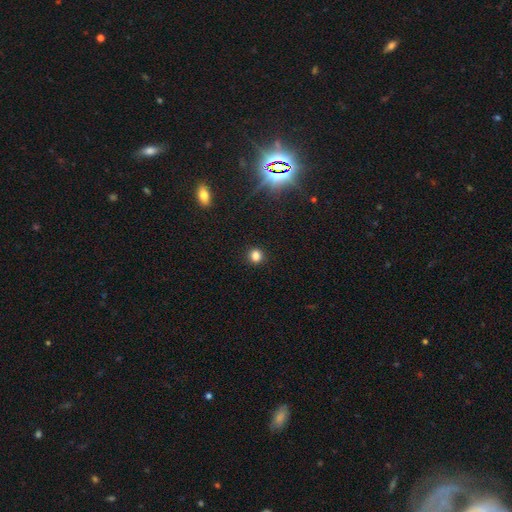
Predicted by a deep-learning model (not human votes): A smooth galaxy with no disk features (82%) that is round (90%). Merging: none (91%).